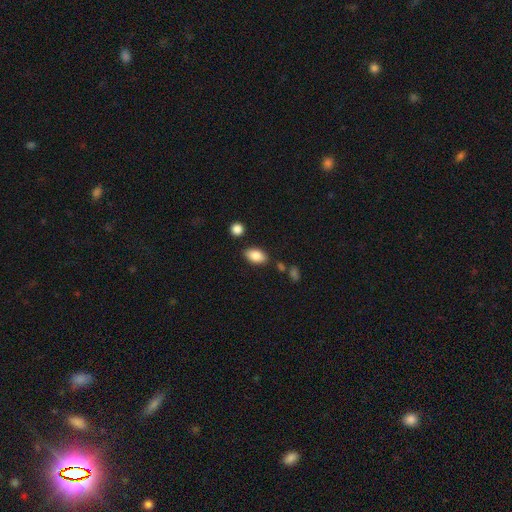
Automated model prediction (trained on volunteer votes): Q: Smooth or featured?
A: smooth (85%); runner-up: star or artifact (7%)
Q: How rounded?
A: in between (91%); runner-up: round (6%)
Q: Merging?
A: none (82%); runner-up: minor disturbance (11%)